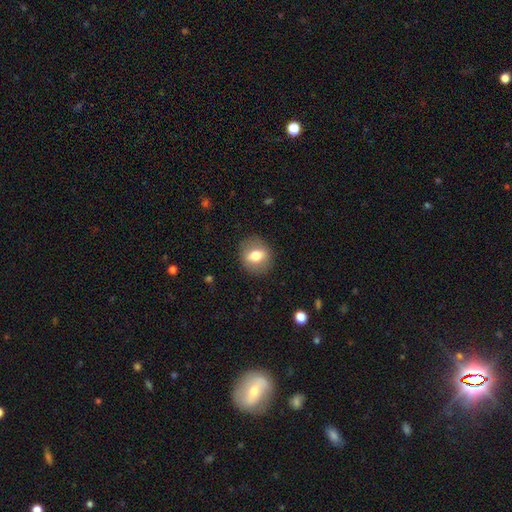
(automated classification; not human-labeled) Smooth or featured?
  - smooth: 66% *
  - featured or disk: 26%
  - star or artifact: 8%
How rounded?
  - round: 62% *
  - in between: 37%
  - cigar-shaped: 2%
Merging?
  - none: 86% *
  - minor disturbance: 9%
  - major disturbance: 4%
  - merger: 1%